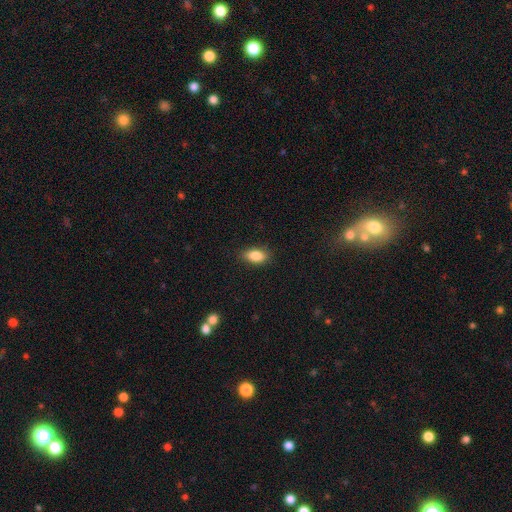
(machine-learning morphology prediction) Smooth or featured? smooth (85%)
How rounded? in between (87%)
Merging? none (84%)